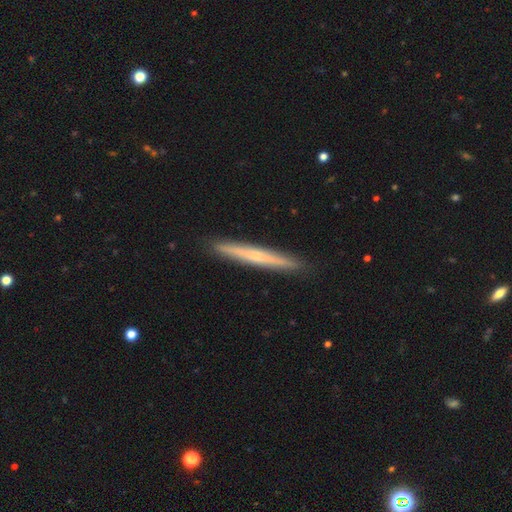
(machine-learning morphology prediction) smooth_or_featured: featured or disk (p=0.47) [tied with: smooth p=0.47]
merging: none (p=0.92) [alt: minor disturbance p=0.06]